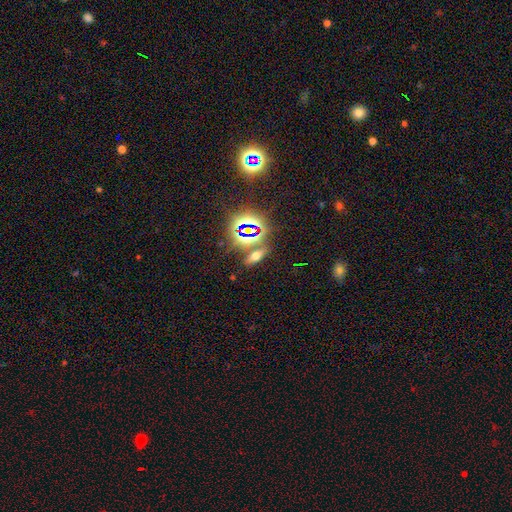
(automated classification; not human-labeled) smooth_or_featured: smooth (p=0.44) [alt: star or artifact p=0.37]
merging: none (p=0.78) [alt: merger p=0.09]